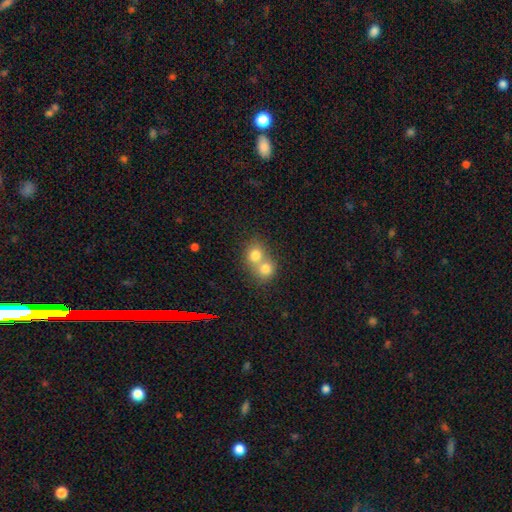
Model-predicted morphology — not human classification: smooth 75%, featured or disk 14%, star or artifact 11%. Down the decision tree: how rounded — round (76%); merging — merger (67%).